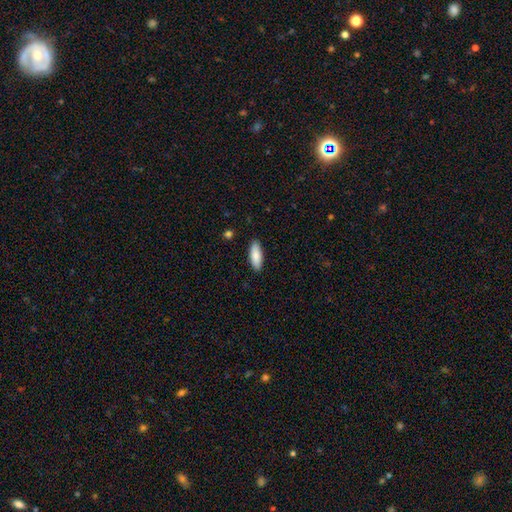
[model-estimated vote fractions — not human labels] Morphology: type=smooth (87%); roundness=in between (68%); merging=none (89%).